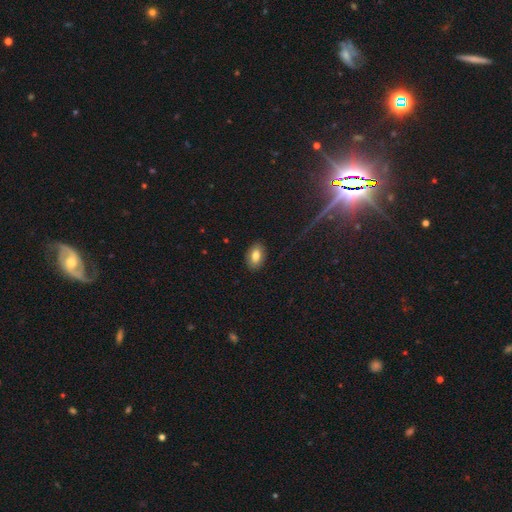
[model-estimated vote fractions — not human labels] Morphology: type=smooth (80%); roundness=in between (88%); merging=none (88%).